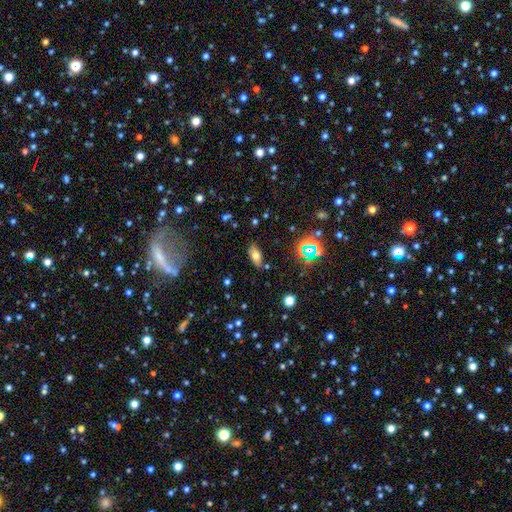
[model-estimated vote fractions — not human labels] smooth 66%, featured or disk 18%, star or artifact 16%. Down the decision tree: how rounded — in between (87%); merging — none (79%).